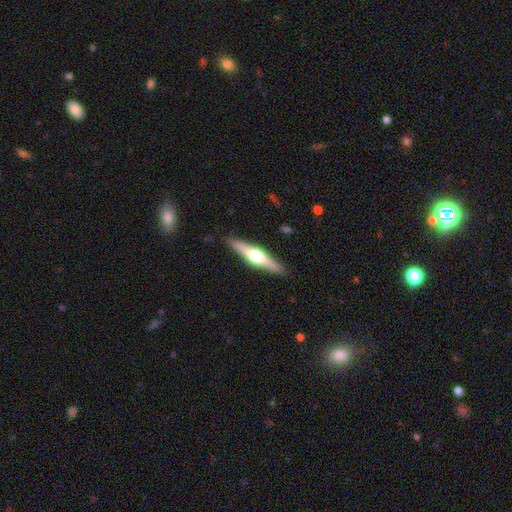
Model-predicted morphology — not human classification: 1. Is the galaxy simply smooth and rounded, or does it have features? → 62% featured or disk, 32% smooth, 5% star or artifact.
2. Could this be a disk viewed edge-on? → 96% yes, 4% no.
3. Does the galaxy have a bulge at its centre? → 92% rounded, 5% boxy, 3% none.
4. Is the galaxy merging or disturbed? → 89% none, 8% minor disturbance, 2% major disturbance, 1% merger.